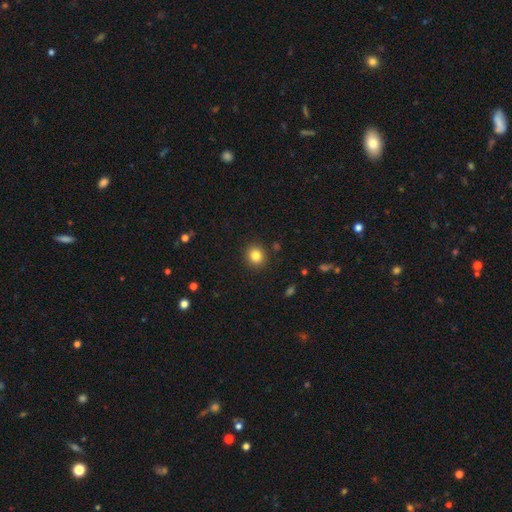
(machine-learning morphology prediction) Smooth or featured?
  - smooth: 83% *
  - star or artifact: 11%
  - featured or disk: 6%
How rounded?
  - round: 86% *
  - in between: 13%
  - cigar-shaped: 1%
Merging?
  - none: 91% *
  - minor disturbance: 6%
  - major disturbance: 2%
  - merger: 1%